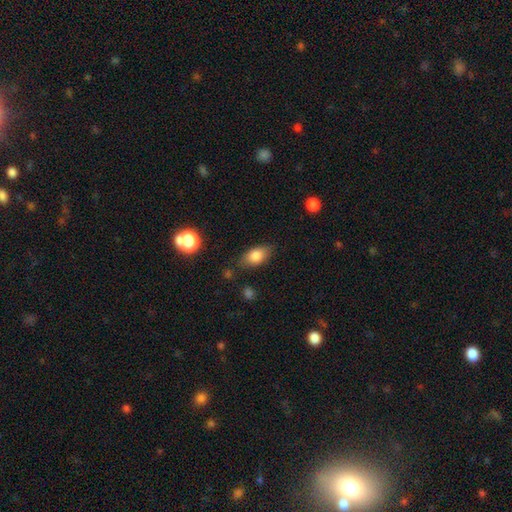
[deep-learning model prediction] A smooth galaxy with no disk features (81%) that is in between round and cigar-shaped (87%).

Vote fractions:
- Smooth or featured? smooth: 81% / featured or disk: 11% / star or artifact: 8%
- How rounded? in between: 87% / round: 8% / cigar-shaped: 5%
- Merging? none: 77% / minor disturbance: 17% / major disturbance: 4% / merger: 3%